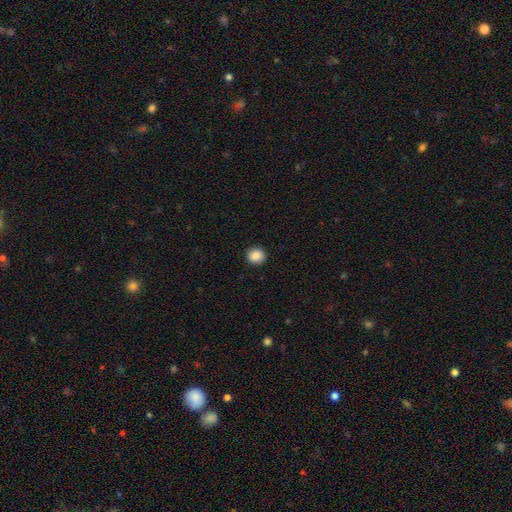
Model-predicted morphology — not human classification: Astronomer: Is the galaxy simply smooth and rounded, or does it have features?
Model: smooth — 88%.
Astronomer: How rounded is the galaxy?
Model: round — 84%.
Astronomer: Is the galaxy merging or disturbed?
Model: none — 92%.